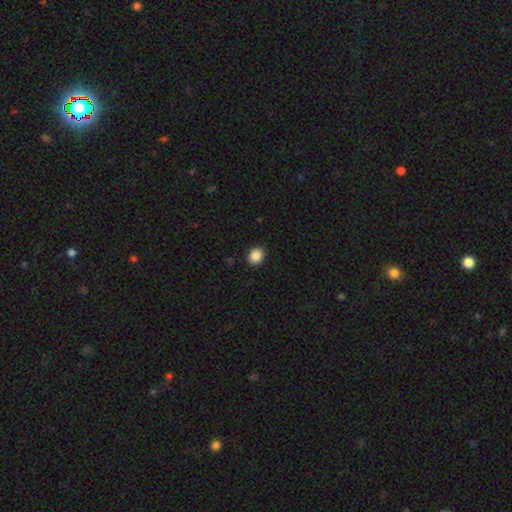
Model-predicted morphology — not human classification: This appears to be a smooth galaxy with no disk features (88%) that is round (59%). Merging: none (90%).